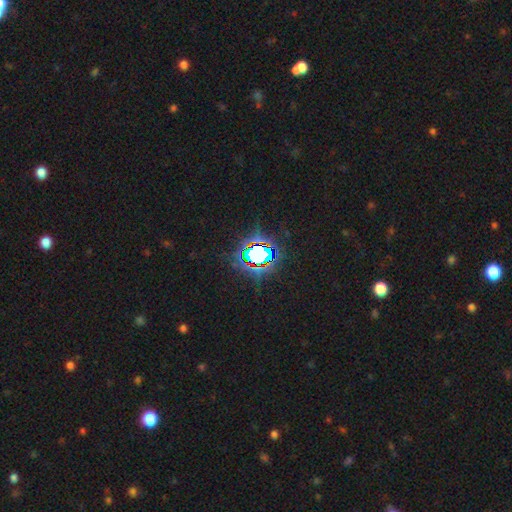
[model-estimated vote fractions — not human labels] Q: Smooth or featured?
A: star or artifact (78%); runner-up: smooth (13%)